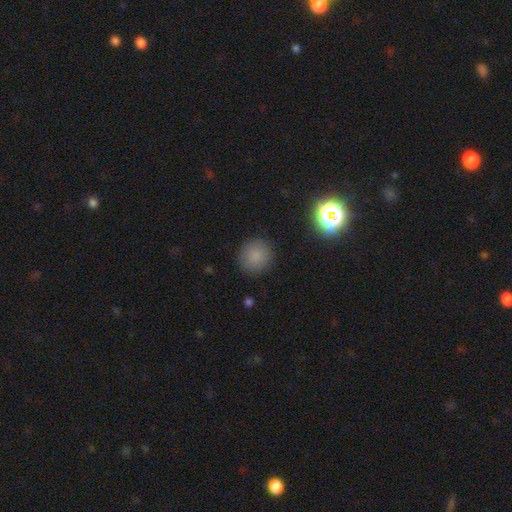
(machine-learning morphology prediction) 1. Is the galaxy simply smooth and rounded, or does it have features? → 82% smooth, 13% star or artifact, 5% featured or disk.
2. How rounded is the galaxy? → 92% round, 7% in between, 1% cigar-shaped.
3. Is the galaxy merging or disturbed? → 89% none, 7% minor disturbance, 3% major disturbance, 1% merger.